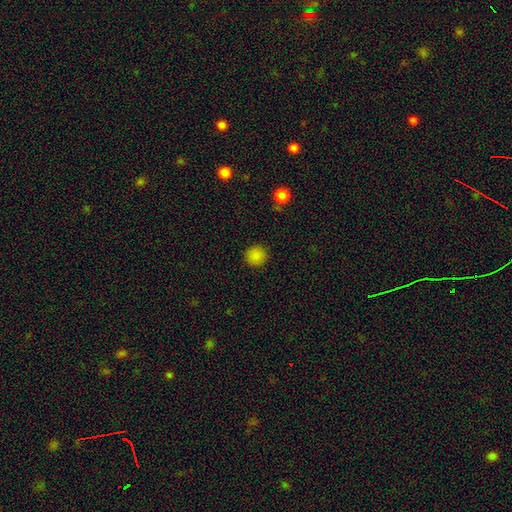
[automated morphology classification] Smooth or featured: smooth — 86% (star or artifact — 11%)
How rounded: round — 94% (in between — 5%)
Merging: none — 91% (minor disturbance — 6%)